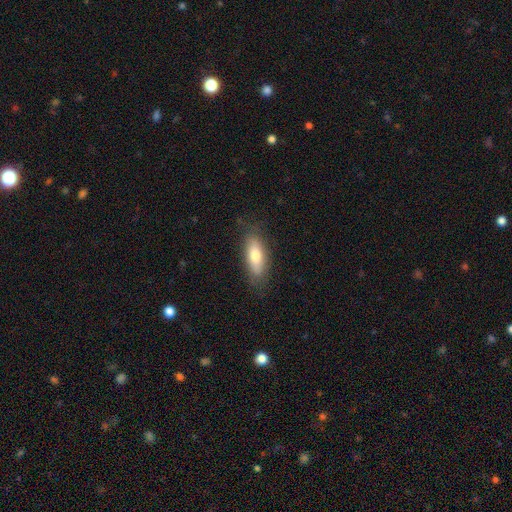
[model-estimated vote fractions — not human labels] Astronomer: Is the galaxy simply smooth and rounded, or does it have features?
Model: smooth — 72%.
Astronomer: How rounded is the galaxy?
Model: in between — 67%.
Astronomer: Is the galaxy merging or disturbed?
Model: none — 81%.